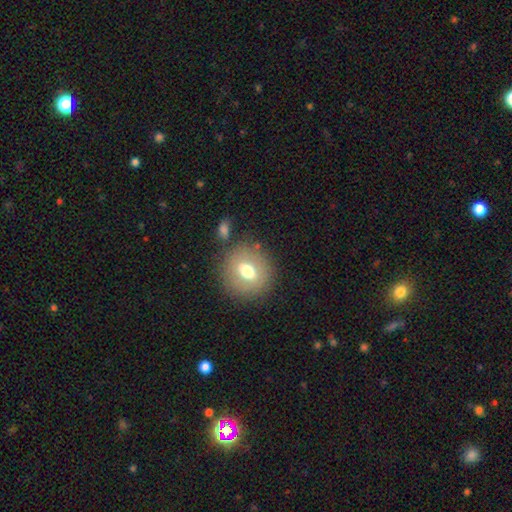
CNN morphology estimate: This appears to be a smooth galaxy with no disk features (64%) that is round (87%). Merging: none (85%).